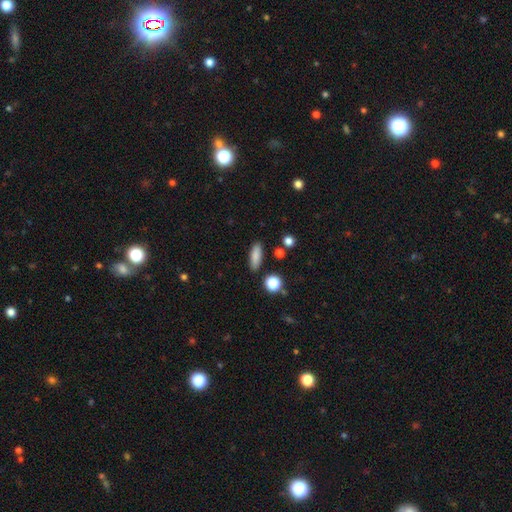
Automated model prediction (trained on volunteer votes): Smooth or featured? smooth (85%)
How rounded? in between (54%)
Merging? none (87%)